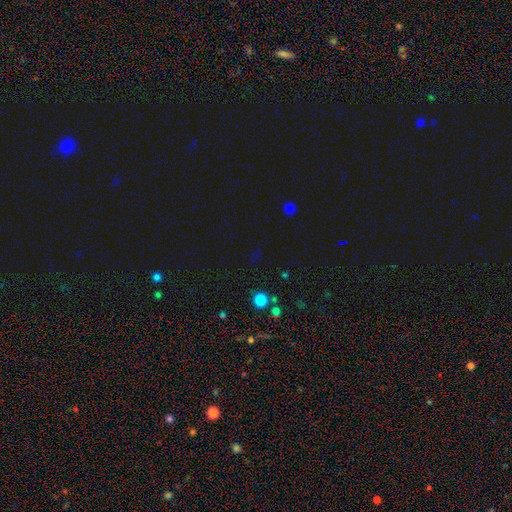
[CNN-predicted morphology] This appears to be a smooth galaxy with no disk features (50%) that is round (87%). Merging: none (78%).